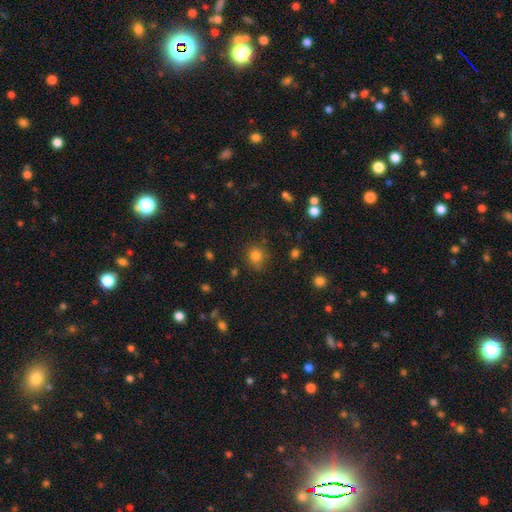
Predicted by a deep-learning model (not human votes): A smooth galaxy with no disk features (80%) that is round (82%). Merging: none (77%).